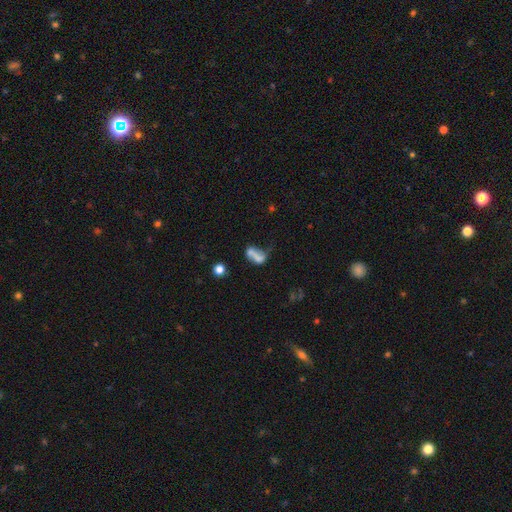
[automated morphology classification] Q: Smooth or featured?
A: smooth (57%); runner-up: featured or disk (30%)
Q: How rounded?
A: in between (77%); runner-up: round (14%)
Q: Merging?
A: merger (41%); runner-up: none (22%)